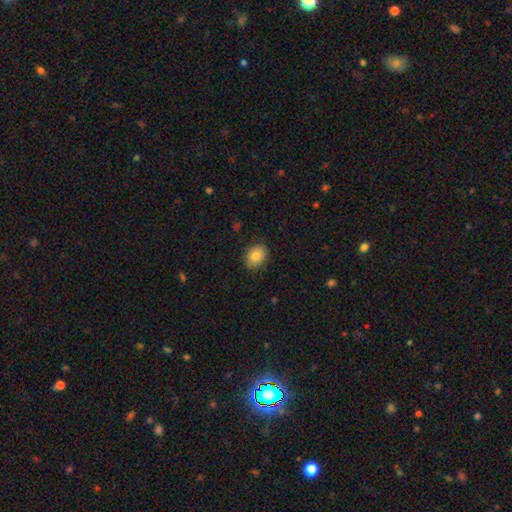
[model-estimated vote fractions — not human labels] smooth-or-featured: smooth: 85% | star or artifact: 8% | featured or disk: 7%
  how-rounded: in between: 56% | round: 43% | cigar-shaped: 1%
  merging: none: 87% | minor disturbance: 9% | major disturbance: 2% | merger: 1%